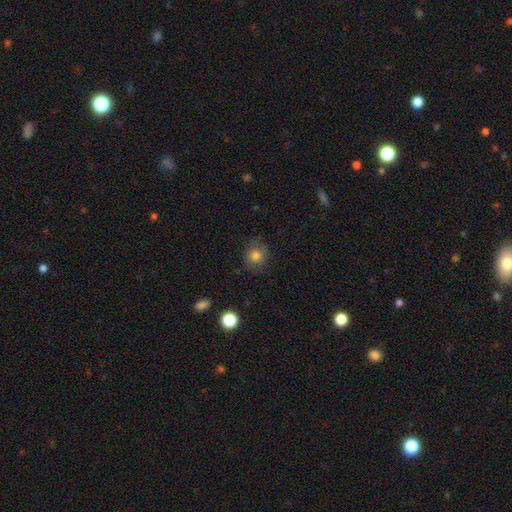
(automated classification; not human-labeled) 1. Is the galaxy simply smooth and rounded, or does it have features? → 81% smooth, 11% star or artifact, 8% featured or disk.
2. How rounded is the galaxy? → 85% round, 14% in between, 1% cigar-shaped.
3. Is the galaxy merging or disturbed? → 81% none, 14% minor disturbance, 4% major disturbance, 1% merger.